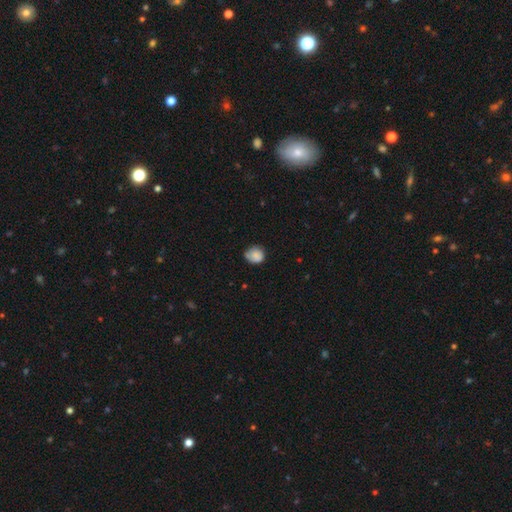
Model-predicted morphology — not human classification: type=smooth (82%); roundness=round (81%); merging=none (65%).